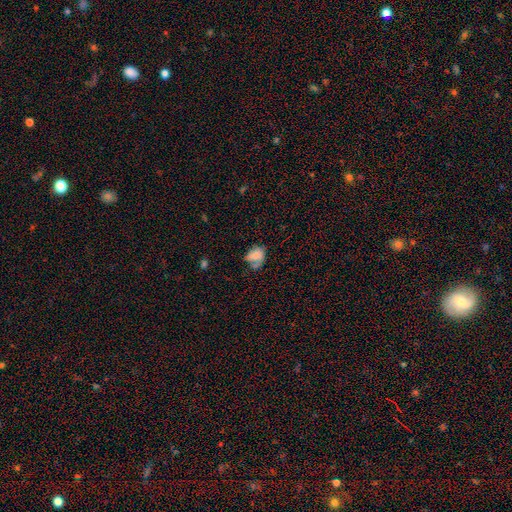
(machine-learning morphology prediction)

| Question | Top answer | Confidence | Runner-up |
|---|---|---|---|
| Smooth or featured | smooth | 69% | featured or disk (20%) |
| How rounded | in between | 58% | round (41%) |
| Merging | none | 38% | minor disturbance (28%) |